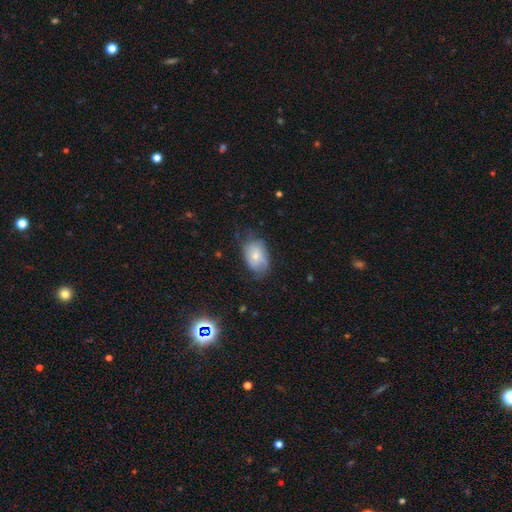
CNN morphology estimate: Smooth or featured: smooth — 66% (featured or disk — 26%)
How rounded: in between — 84% (round — 15%)
Merging: none — 55% (minor disturbance — 32%)